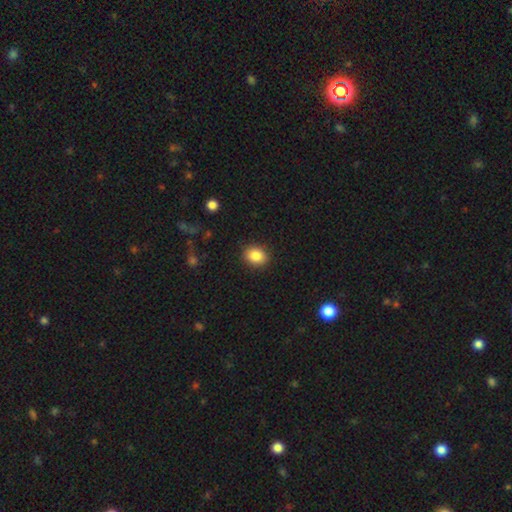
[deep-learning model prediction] Overall: smooth (86%). How rounded: round (52%; in between 47%). Merging: none (88%).